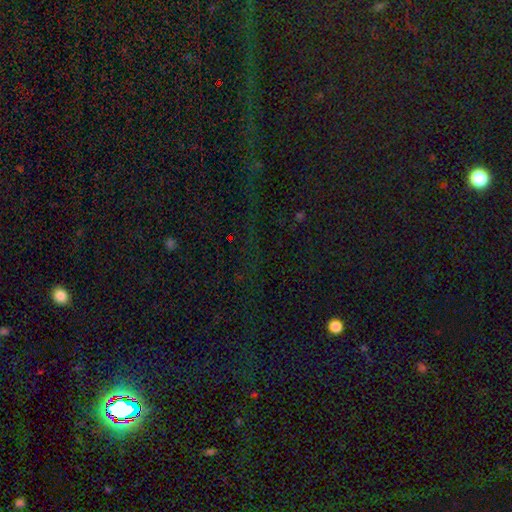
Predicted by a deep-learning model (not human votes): Overall: star or artifact (81%).